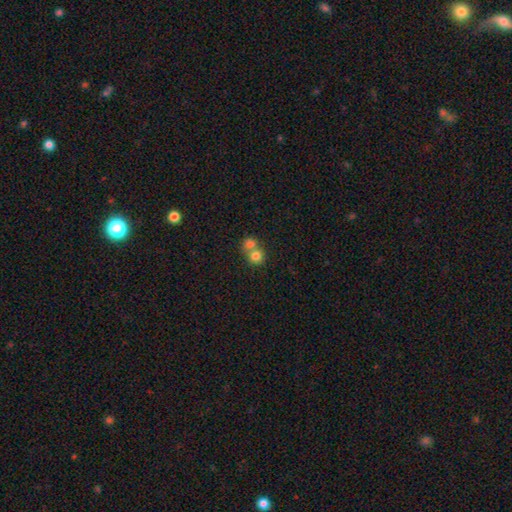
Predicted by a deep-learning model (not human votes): This appears to be a smooth galaxy with no disk features (78%) that is round (85%). Merging: merger (58%).